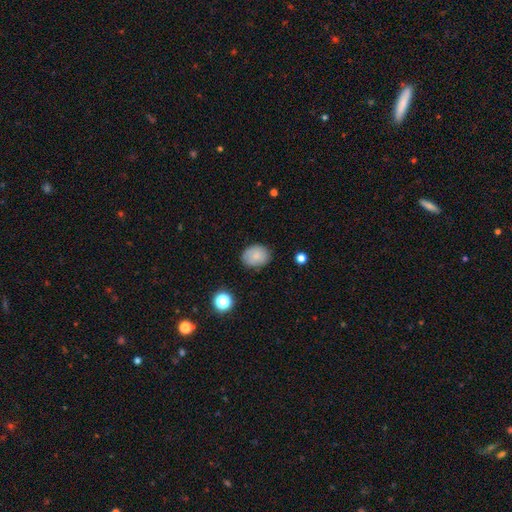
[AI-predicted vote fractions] Smooth or featured? smooth (79%)
How rounded? in between (55%)
Merging? none (77%)